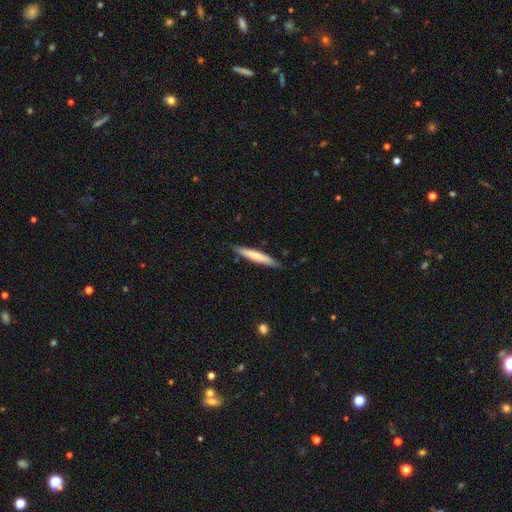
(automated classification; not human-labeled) Smooth or featured: smooth — 65% (featured or disk — 30%)
How rounded: cigar-shaped — 94% (in between — 5%)
Merging: none — 86% (minor disturbance — 11%)